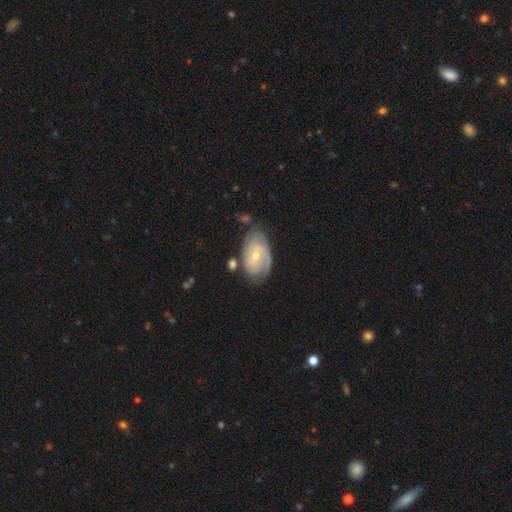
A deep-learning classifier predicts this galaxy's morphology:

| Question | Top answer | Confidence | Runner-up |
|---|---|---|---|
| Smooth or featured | featured or disk | 79% | smooth (16%) |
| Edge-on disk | no | 96% | yes (4%) |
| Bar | no | 60% | weak (34%) |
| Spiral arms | yes | 92% | no (8%) |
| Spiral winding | tight | 63% | medium (29%) |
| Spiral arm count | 2 | 39% | can't tell (30%) |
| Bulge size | small | 50% | moderate (47%) |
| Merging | none | 64% | minor disturbance (23%) |